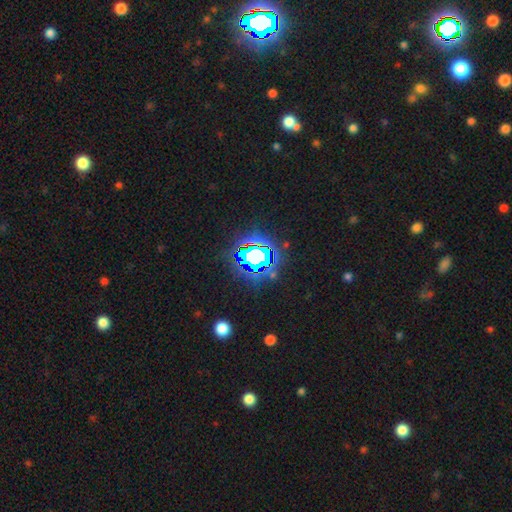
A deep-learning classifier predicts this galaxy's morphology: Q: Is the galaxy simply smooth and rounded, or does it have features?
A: star or artifact — 67%.